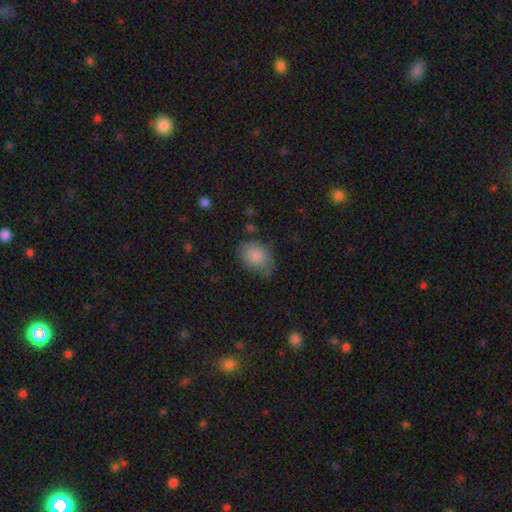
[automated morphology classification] Q: Smooth or featured?
A: smooth (83%); runner-up: featured or disk (9%)
Q: How rounded?
A: in between (75%); runner-up: round (24%)
Q: Merging?
A: none (55%); runner-up: minor disturbance (32%)